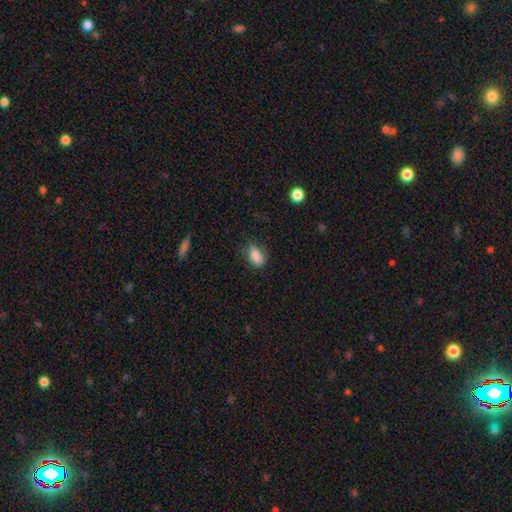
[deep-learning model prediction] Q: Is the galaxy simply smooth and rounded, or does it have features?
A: smooth — 85%.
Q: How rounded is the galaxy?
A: in between — 88%.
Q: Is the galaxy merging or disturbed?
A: none — 71%.